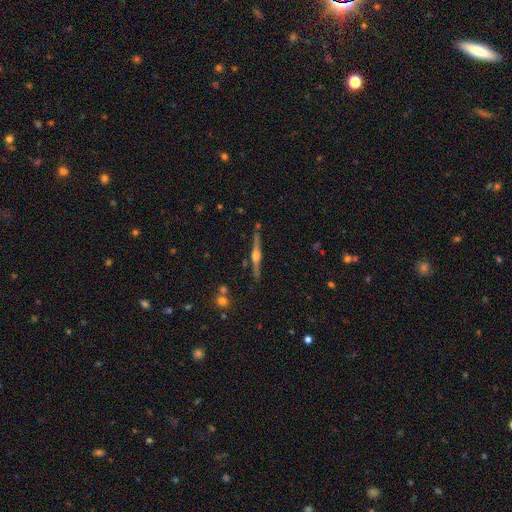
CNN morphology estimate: smooth-or-featured: featured or disk: 82% | smooth: 12% | star or artifact: 6%
  disk-edge-on: yes: 98% | no: 2%
    edge-on-bulge: rounded: 92% | boxy: 6% | none: 3%
  merging: none: 87% | minor disturbance: 8% | merger: 3% | major disturbance: 2%